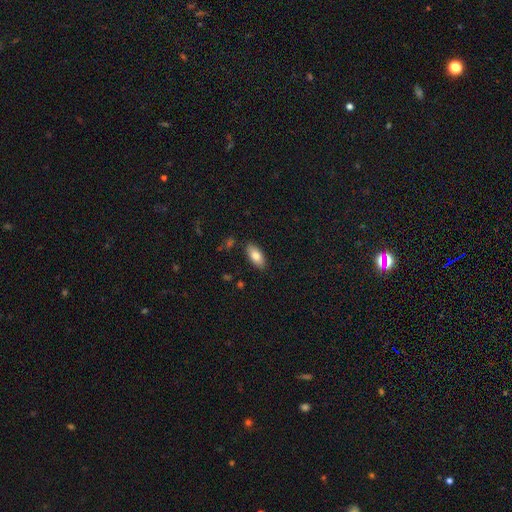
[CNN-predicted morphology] A smooth galaxy with no disk features (81%) that is in between round and cigar-shaped (90%). Merging: none (86%).